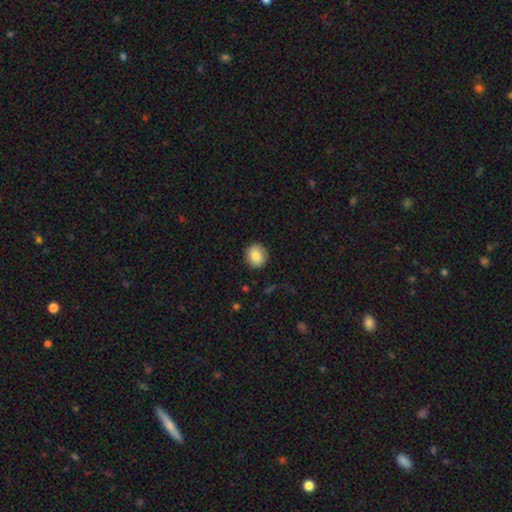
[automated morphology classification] smooth-or-featured: smooth: 85% | star or artifact: 8% | featured or disk: 7%
  how-rounded: round: 86% | in between: 13% | cigar-shaped: 1%
  merging: none: 89% | minor disturbance: 8% | major disturbance: 2% | merger: 1%